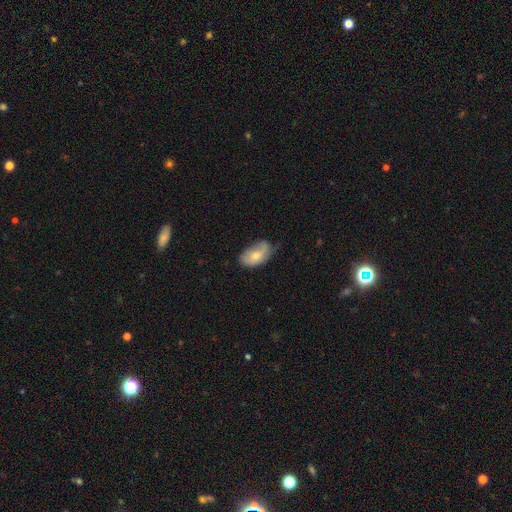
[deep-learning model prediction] The model was most divided on "merging": none: 44%, minor disturbance: 40%, major disturbance: 13%, merger: 2%. More confident: how rounded — in between (92%); smooth or featured — smooth (61%).